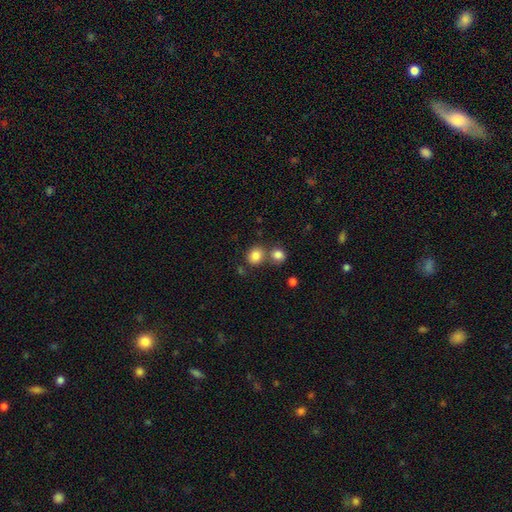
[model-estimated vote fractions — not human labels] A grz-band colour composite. It shows a smooth galaxy with no disk features (83%) that is round (70%). Merging: none (61%).